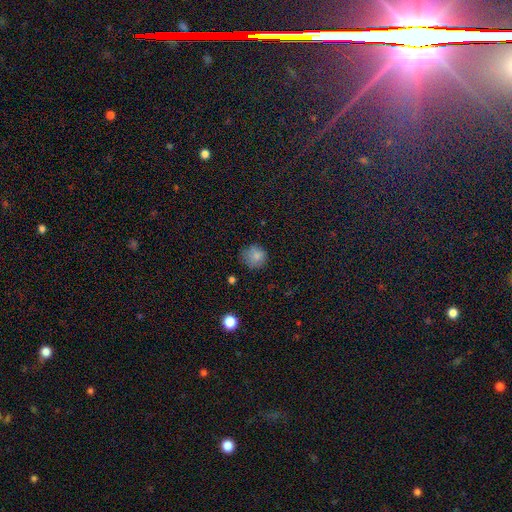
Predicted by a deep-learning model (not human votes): smooth-or-featured: smooth: 83% | star or artifact: 11% | featured or disk: 6%
  how-rounded: round: 90% | in between: 9% | cigar-shaped: 1%
  merging: none: 76% | minor disturbance: 18% | major disturbance: 4% | merger: 1%